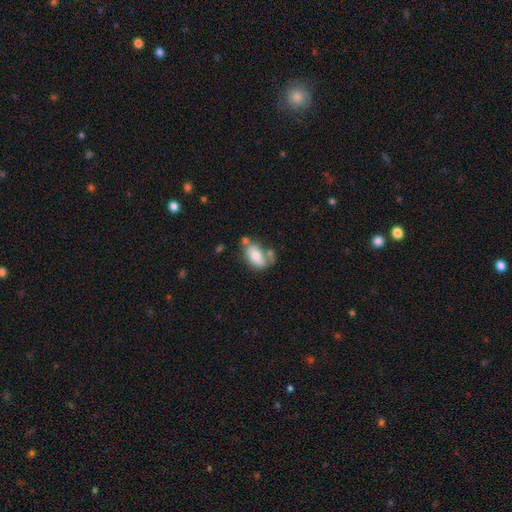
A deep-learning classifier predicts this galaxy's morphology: smooth-or-featured: smooth: 67% | featured or disk: 26% | star or artifact: 7%
  how-rounded: in between: 90% | round: 8% | cigar-shaped: 3%
  merging: none: 41% | merger: 27% | minor disturbance: 22% | major disturbance: 10%